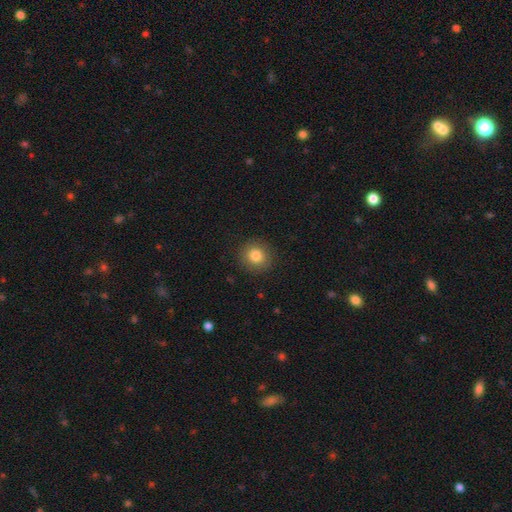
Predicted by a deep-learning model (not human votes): smooth 83%, star or artifact 10%, featured or disk 7%. Down the decision tree: how rounded — round (89%); merging — none (89%).